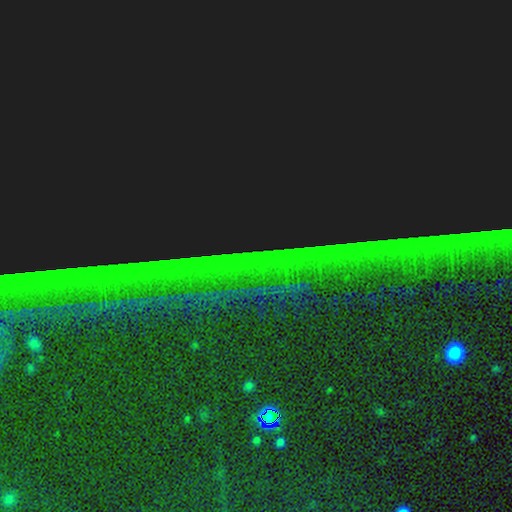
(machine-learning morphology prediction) Smooth or featured? Predicted: star or artifact (p=0.89).